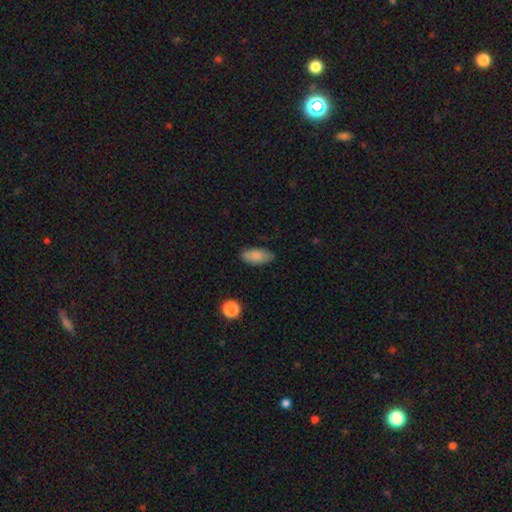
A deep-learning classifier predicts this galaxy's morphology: smooth_or_featured: smooth (p=0.86) [alt: star or artifact p=0.08]
how_rounded: in between (p=0.86) [alt: cigar-shaped p=0.11]
merging: none (p=0.81) [alt: minor disturbance p=0.15]